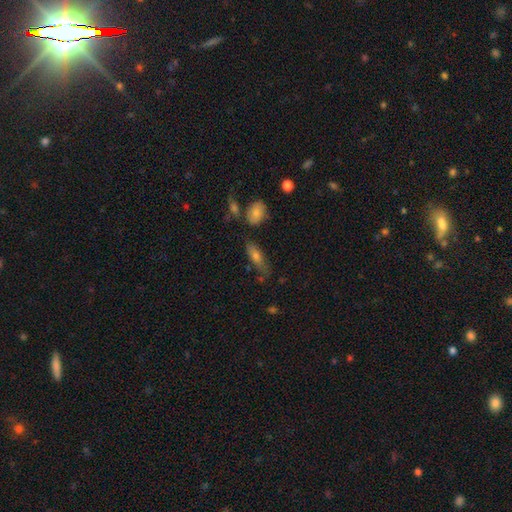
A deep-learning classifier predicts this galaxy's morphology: Overall: smooth (67%). How rounded: in between (56%; cigar-shaped 41%). Merging: none (61%; minor disturbance 23%).